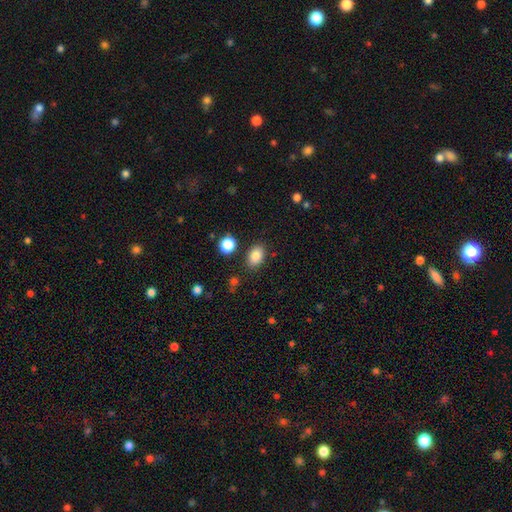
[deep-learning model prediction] A smooth galaxy with no disk features (84%) that is in between round and cigar-shaped (82%). Merging: none (84%).